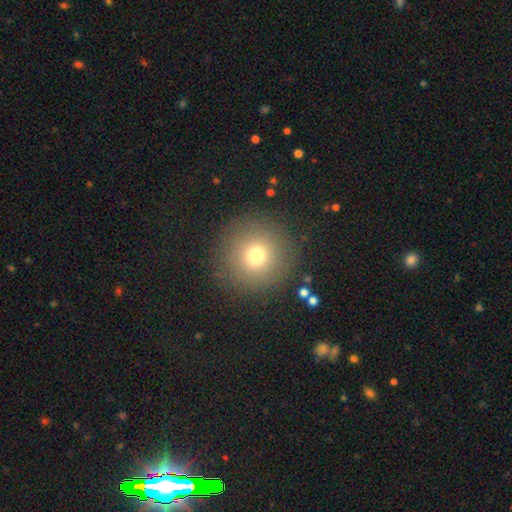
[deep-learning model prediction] smooth-or-featured: smooth: 72% | star or artifact: 17% | featured or disk: 11%
  how-rounded: round: 96% | in between: 3% | cigar-shaped: 1%
  merging: none: 89% | minor disturbance: 6% | major disturbance: 4% | merger: 1%